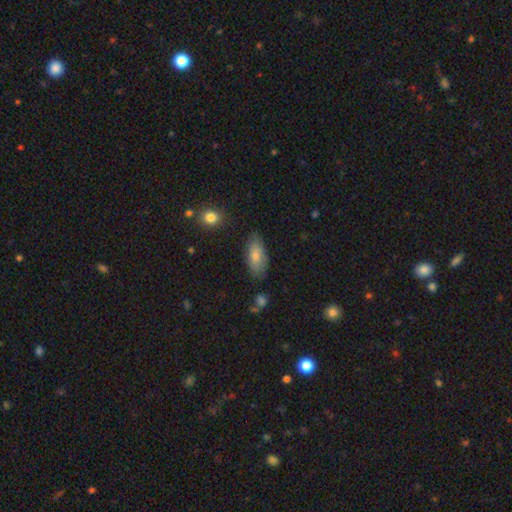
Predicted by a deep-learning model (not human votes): Smooth or featured? Predicted: smooth (p=0.78). How rounded? Predicted: in between (p=0.88). Merging? Predicted: none (p=0.75).